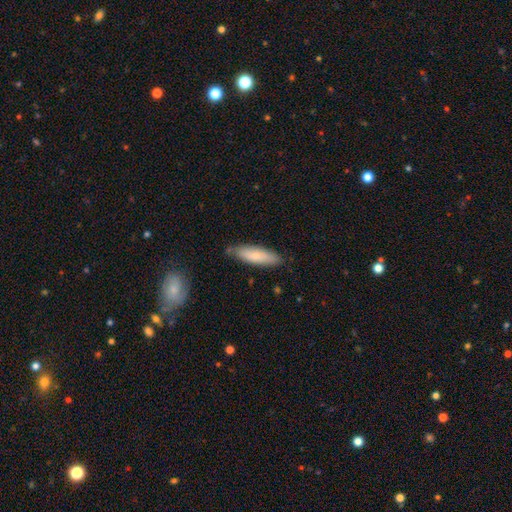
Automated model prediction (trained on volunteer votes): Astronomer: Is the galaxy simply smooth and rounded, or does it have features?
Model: smooth — 73%.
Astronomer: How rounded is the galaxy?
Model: cigar-shaped — 59% (runner-up: in between, 39%).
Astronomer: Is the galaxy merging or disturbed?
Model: none — 77%.